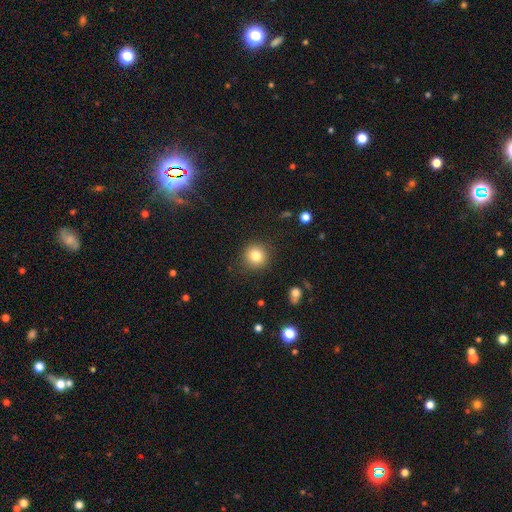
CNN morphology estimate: A smooth galaxy with no disk features (81%) that is round (94%).

Vote fractions:
- Smooth or featured? smooth: 81% / star or artifact: 11% / featured or disk: 7%
- How rounded? round: 94% / in between: 5% / cigar-shaped: 1%
- Merging? none: 90% / minor disturbance: 6% / major disturbance: 2% / merger: 1%